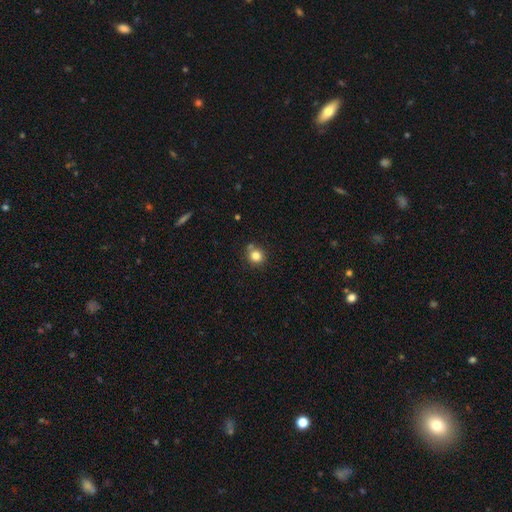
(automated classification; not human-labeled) smooth_or_featured: smooth (p=0.82) [alt: star or artifact p=0.12]
how_rounded: round (p=0.88) [alt: in between p=0.11]
merging: none (p=0.75) [alt: minor disturbance p=0.12]